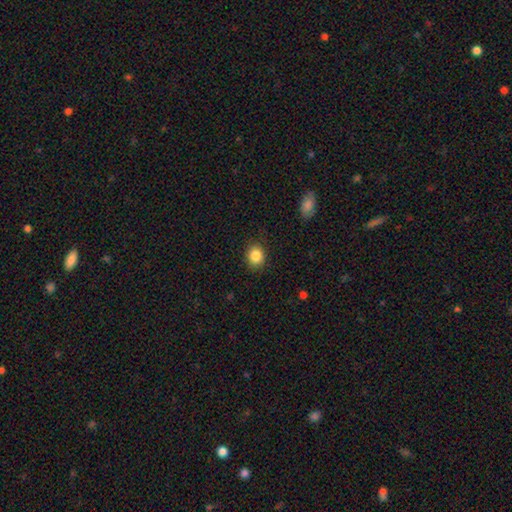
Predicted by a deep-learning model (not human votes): Smooth or featured: smooth — 86% (star or artifact — 10%)
How rounded: round — 70% (in between — 29%)
Merging: none — 87% (minor disturbance — 9%)